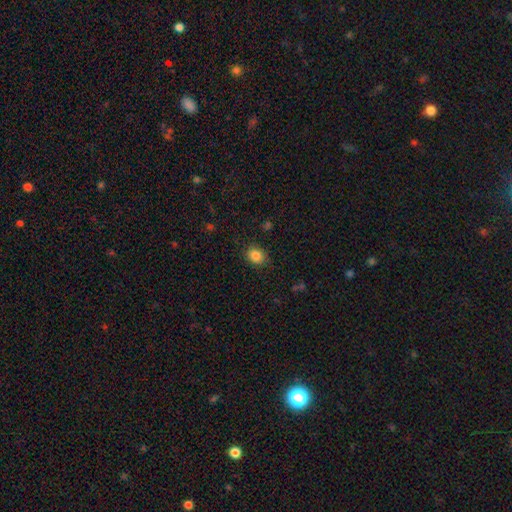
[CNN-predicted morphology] Overall: smooth (85%). How rounded: round (54%; in between 45%). Merging: none (84%).